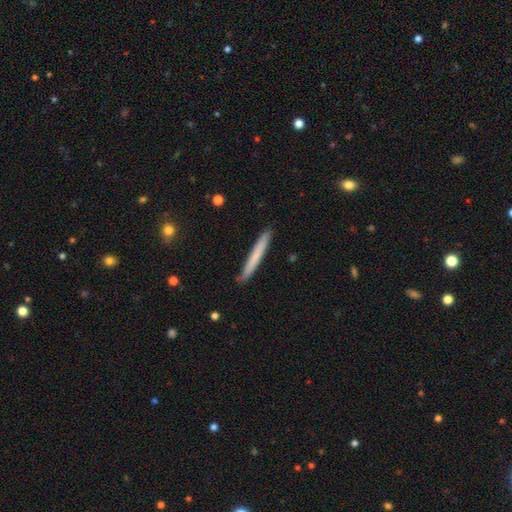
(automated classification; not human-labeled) A smooth galaxy with no disk features (68%) that is cigar-shaped (97%).

Vote fractions:
- Smooth or featured? smooth: 68% / featured or disk: 26% / star or artifact: 6%
- How rounded? cigar-shaped: 97% / in between: 2% / round: 1%
- Merging? none: 90% / minor disturbance: 8% / major disturbance: 1% / merger: 1%